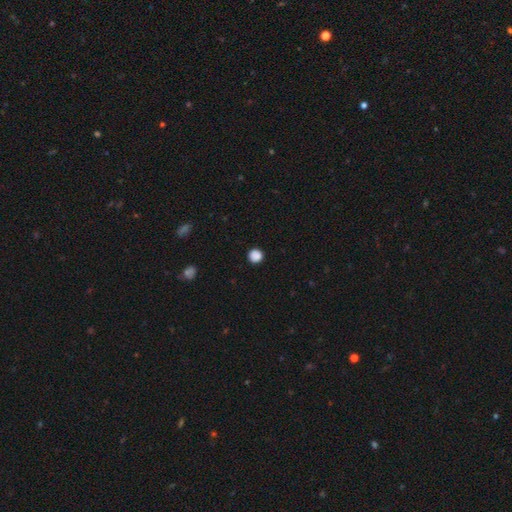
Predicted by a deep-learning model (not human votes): A smooth galaxy with no disk features (87%) that is round (94%).

Vote fractions:
- Smooth or featured? smooth: 87% / star or artifact: 10% / featured or disk: 3%
- How rounded? round: 94% / in between: 5% / cigar-shaped: 1%
- Merging? none: 90% / minor disturbance: 7% / major disturbance: 2% / merger: 1%